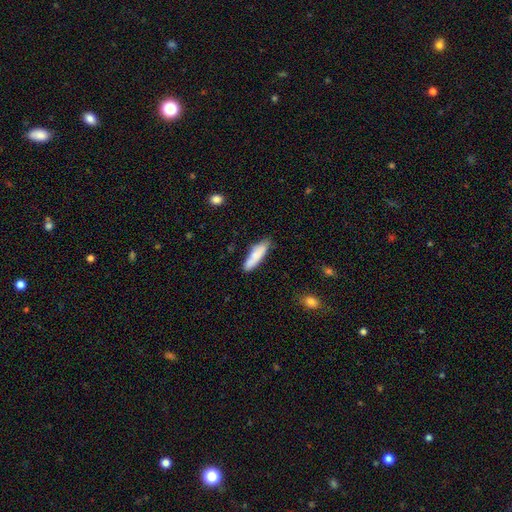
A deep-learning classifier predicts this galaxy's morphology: Smooth or featured: smooth — 80% (featured or disk — 13%)
How rounded: cigar-shaped — 65% (in between — 34%)
Merging: none — 75% (minor disturbance — 18%)